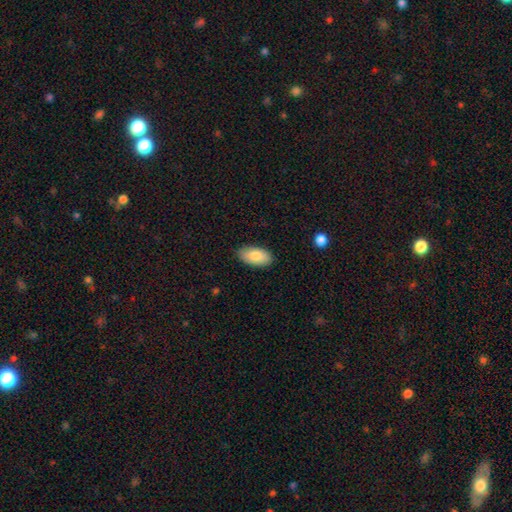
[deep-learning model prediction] This appears to be a smooth galaxy with no disk features (84%) that is in between round and cigar-shaped (95%). Merging: none (87%).